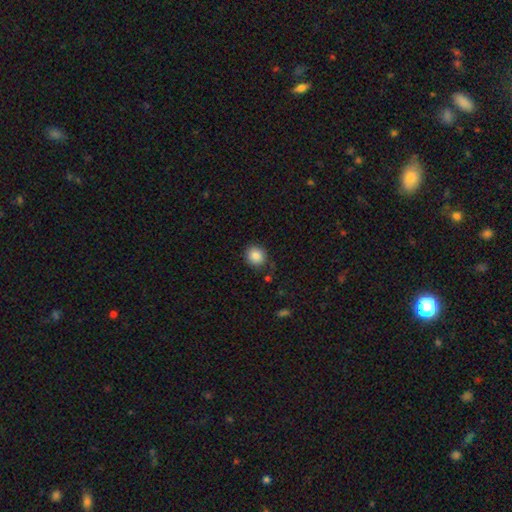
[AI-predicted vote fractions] Smooth or featured?
  - smooth: 86% *
  - star or artifact: 9%
  - featured or disk: 5%
How rounded?
  - round: 86% *
  - in between: 13%
  - cigar-shaped: 1%
Merging?
  - none: 84% *
  - minor disturbance: 11%
  - major disturbance: 3%
  - merger: 2%